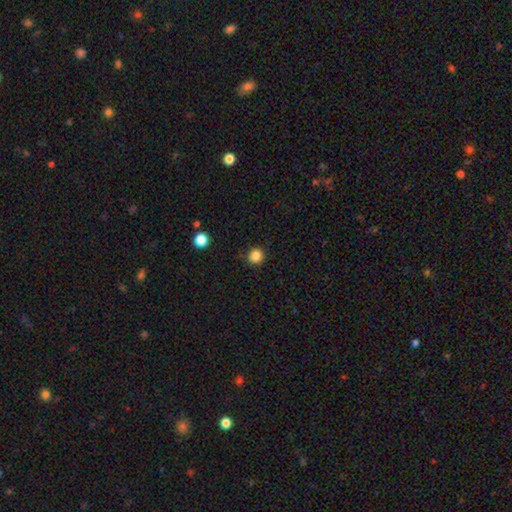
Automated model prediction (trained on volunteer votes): This is clearly a smooth galaxy (85%). How rounded: clearly round (92%). Merging: clearly none (88%).